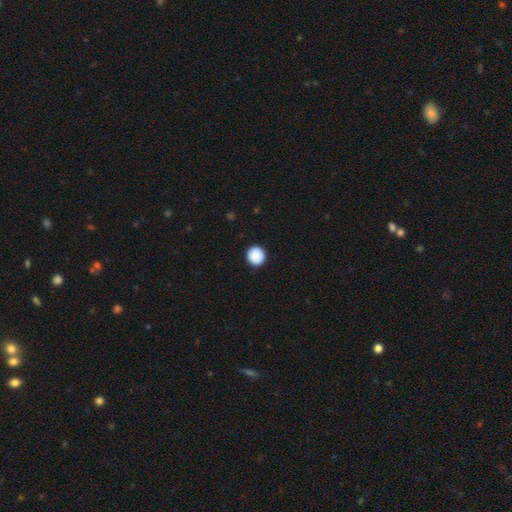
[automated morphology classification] This appears to be a smooth galaxy with no disk features (89%) that is round (93%). Merging: none (91%).